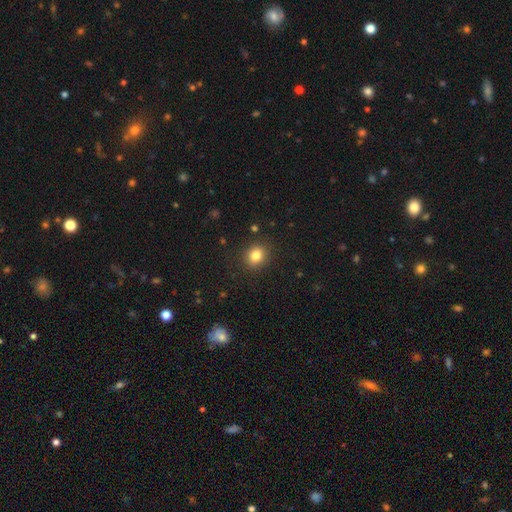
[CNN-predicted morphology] Smooth or featured? smooth (82%)
How rounded? round (73%)
Merging? none (88%)